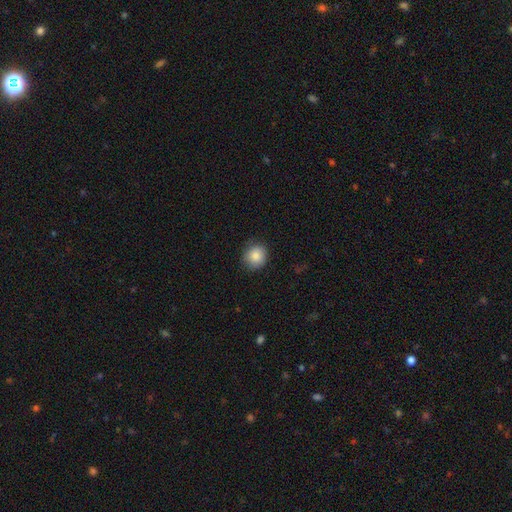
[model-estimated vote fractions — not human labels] A smooth galaxy with no disk features (86%) that is round (85%).

Vote fractions:
- Smooth or featured? smooth: 86% / star or artifact: 9% / featured or disk: 6%
- How rounded? round: 85% / in between: 14% / cigar-shaped: 1%
- Merging? none: 84% / minor disturbance: 13% / major disturbance: 3% / merger: 1%